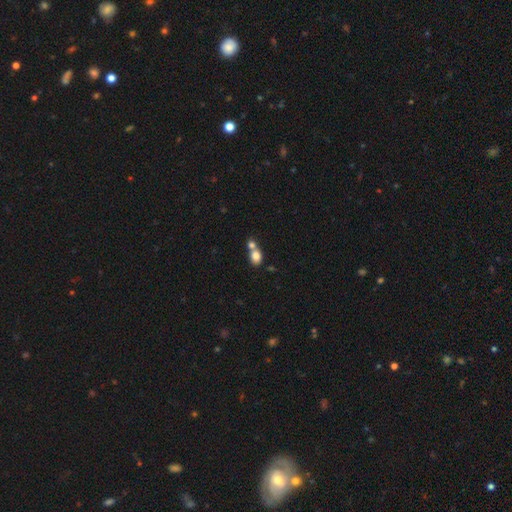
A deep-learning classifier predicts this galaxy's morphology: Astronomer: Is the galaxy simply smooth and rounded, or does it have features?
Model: smooth — 81%.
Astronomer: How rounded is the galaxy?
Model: in between — 58% (runner-up: round, 40%).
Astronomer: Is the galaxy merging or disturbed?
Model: merger — 54% (runner-up: none, 35%).